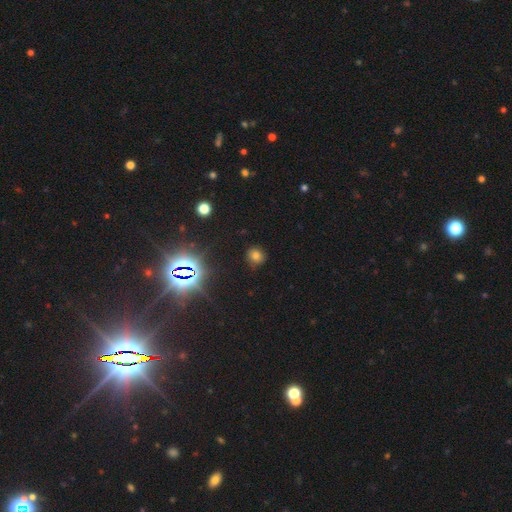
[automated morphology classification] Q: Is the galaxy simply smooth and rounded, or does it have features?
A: smooth — 68%.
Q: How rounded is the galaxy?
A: round — 82%.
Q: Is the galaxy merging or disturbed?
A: none — 83%.